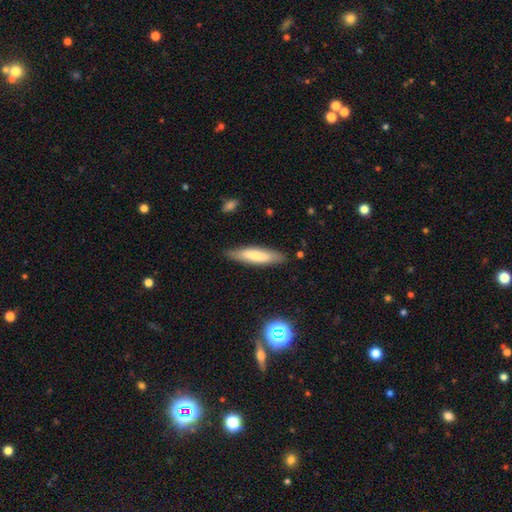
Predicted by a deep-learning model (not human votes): smooth 71%, featured or disk 23%, star or artifact 6%. Down the decision tree: how rounded — cigar-shaped (74%); merging — none (85%).